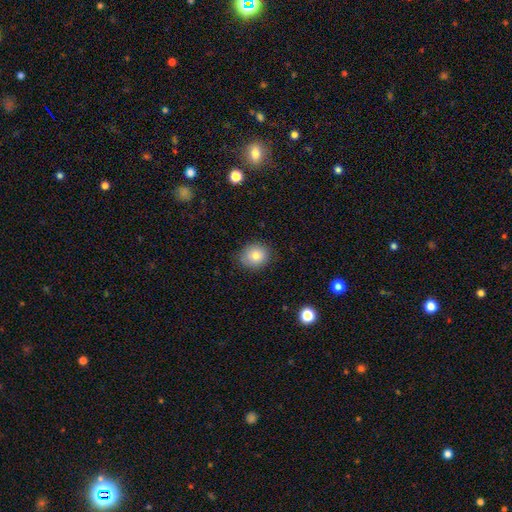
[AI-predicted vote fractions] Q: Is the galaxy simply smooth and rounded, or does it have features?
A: smooth — 79%.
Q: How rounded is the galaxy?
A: round — 74%.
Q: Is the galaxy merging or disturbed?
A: none — 84%.